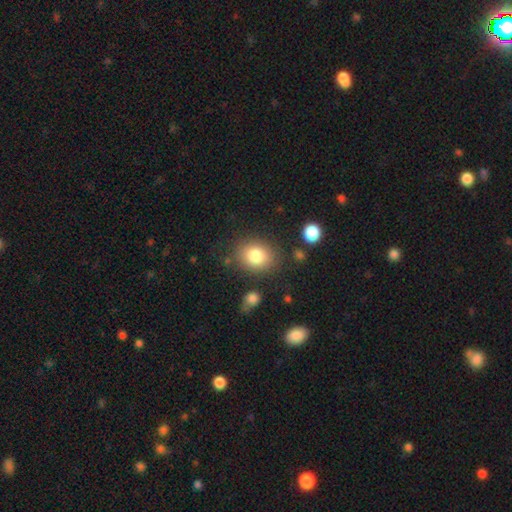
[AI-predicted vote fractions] Overall: smooth (82%). How rounded: round (56%; in between 44%). Merging: none (80%).